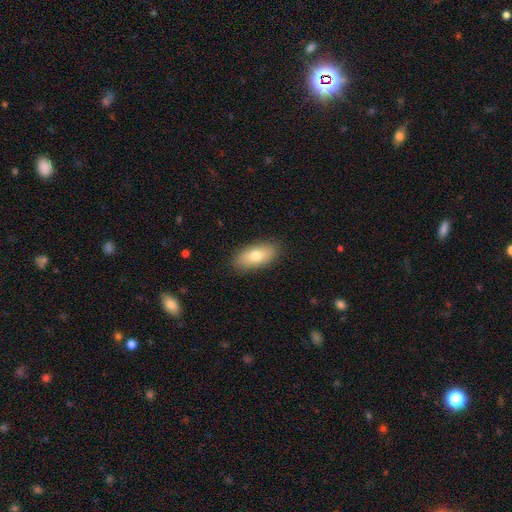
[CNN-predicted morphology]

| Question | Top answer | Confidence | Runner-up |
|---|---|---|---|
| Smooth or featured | smooth | 76% | featured or disk (17%) |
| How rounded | in between | 87% | cigar-shaped (9%) |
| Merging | none | 88% | minor disturbance (9%) |